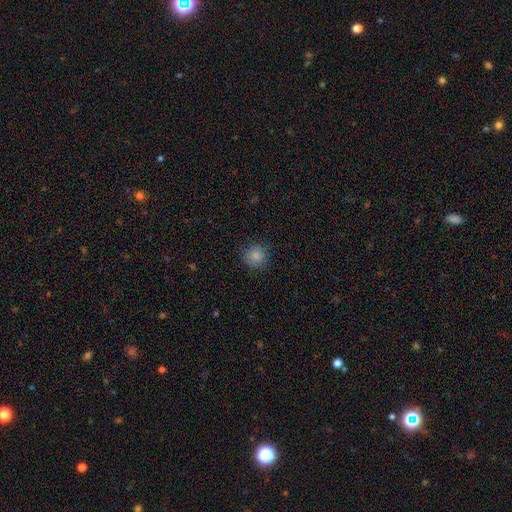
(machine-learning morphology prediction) Smooth or featured? smooth (85%)
How rounded? round (91%)
Merging? none (88%)